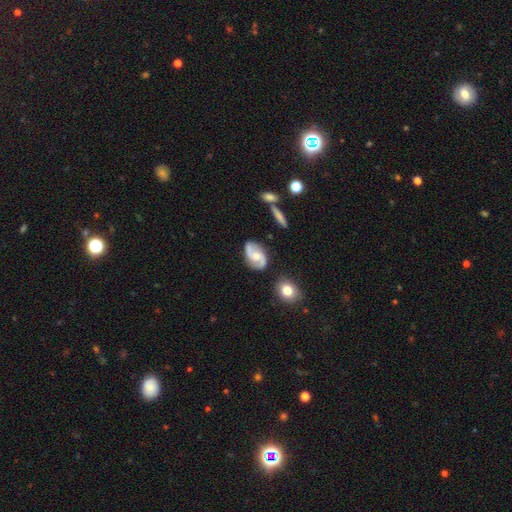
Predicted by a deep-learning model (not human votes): A featured or disk galaxy (82%) with no bar (56%), 2 (92%) medium (46%) spiral arms (96%) and a moderate central bulge (52%).

Vote fractions:
- Smooth or featured? featured or disk: 82% / smooth: 13% / star or artifact: 5%
- Edge-on disk? no: 97% / yes: 3%
- Bar? no: 56% / weak: 37% / strong: 7%
- Spiral arms? yes: 96% / no: 4%
- Spiral winding? medium: 46% / loose: 39% / tight: 15%
- Spiral arm count? 2: 92% / can't tell: 3% / 1: 2% / 3: 1% / 4: 1% / more than 4: 1%
- Bulge size? moderate: 52% / small: 32% / none: 9% / large: 6% / dominant: 1%
- Merging? none: 78% / minor disturbance: 15% / major disturbance: 4% / merger: 3%